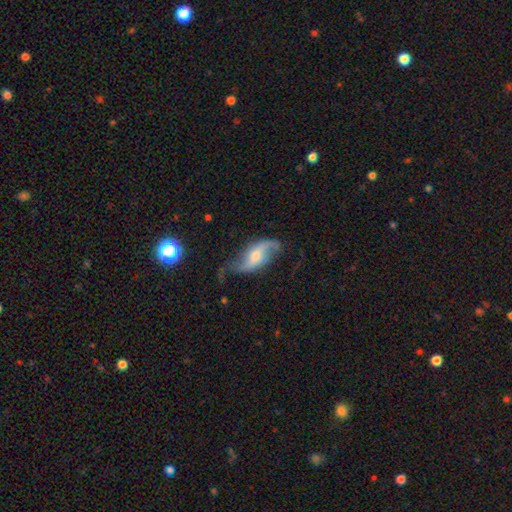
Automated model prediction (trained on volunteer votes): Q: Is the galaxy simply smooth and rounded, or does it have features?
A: featured or disk — 78%.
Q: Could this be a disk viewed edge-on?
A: no — 92%.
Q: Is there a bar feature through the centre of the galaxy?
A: weak — 44%.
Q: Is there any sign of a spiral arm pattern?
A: yes — 92%.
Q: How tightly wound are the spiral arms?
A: loose — 83%.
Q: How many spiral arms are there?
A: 2 — 88%.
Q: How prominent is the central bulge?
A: moderate — 51%.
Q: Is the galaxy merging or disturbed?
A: none — 57%.